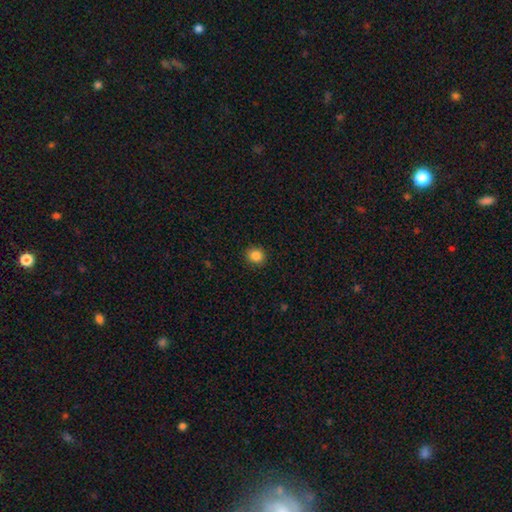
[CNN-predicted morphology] Smooth or featured?
  - smooth: 85% *
  - star or artifact: 11%
  - featured or disk: 4%
How rounded?
  - round: 83% *
  - in between: 16%
  - cigar-shaped: 1%
Merging?
  - none: 91% *
  - minor disturbance: 6%
  - major disturbance: 2%
  - merger: 1%